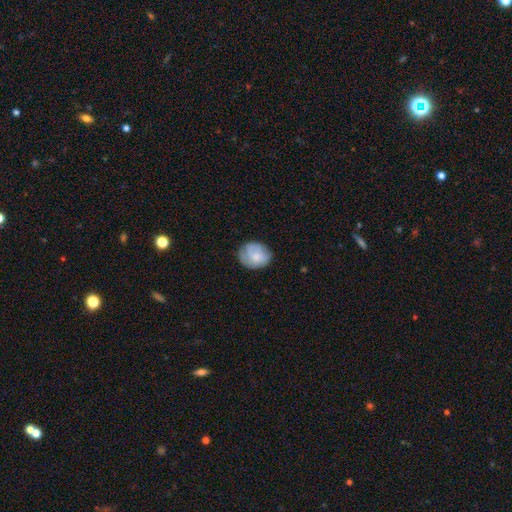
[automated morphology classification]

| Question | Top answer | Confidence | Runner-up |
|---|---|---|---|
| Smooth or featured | smooth | 67% | featured or disk (26%) |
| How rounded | round | 64% | in between (35%) |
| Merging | none | 67% | minor disturbance (24%) |